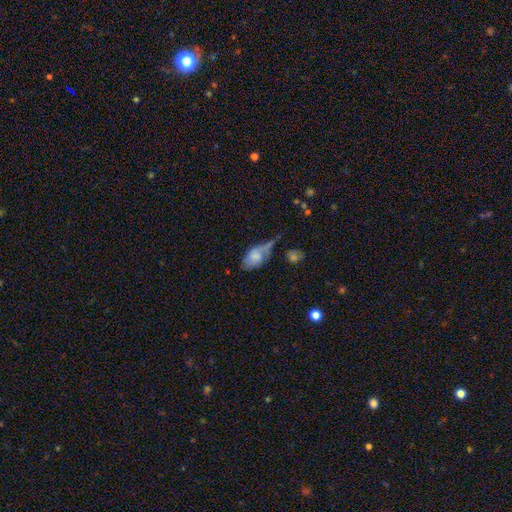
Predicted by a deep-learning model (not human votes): The model was most divided on "merging": minor disturbance: 31%, none: 30%, major disturbance: 23%, merger: 16%. More confident: how rounded — in between (90%); smooth or featured — smooth (68%).